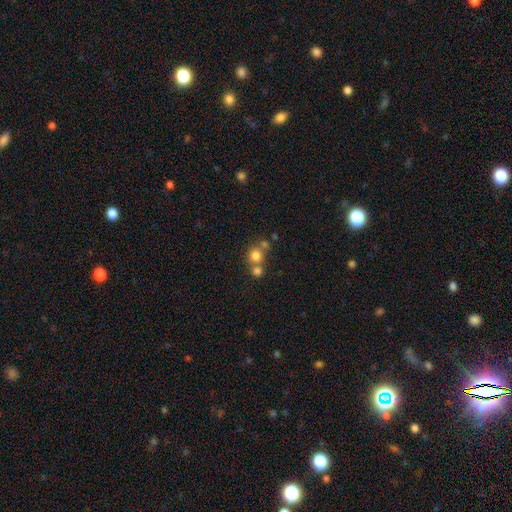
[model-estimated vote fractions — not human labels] smooth_or_featured: smooth (p=0.76) [alt: star or artifact p=0.13]
how_rounded: round (p=0.87) [alt: in between p=0.12]
merging: none (p=0.50) [alt: merger p=0.40]